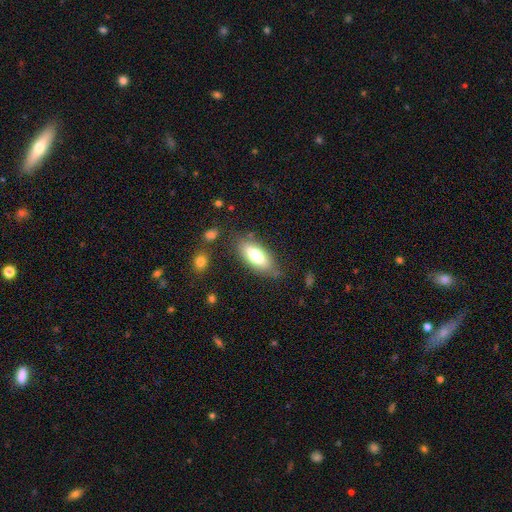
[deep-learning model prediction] The model was most divided on "smooth or featured": smooth: 71%, featured or disk: 22%, star or artifact: 7%. More confident: how rounded — in between (77%); merging — none (76%).